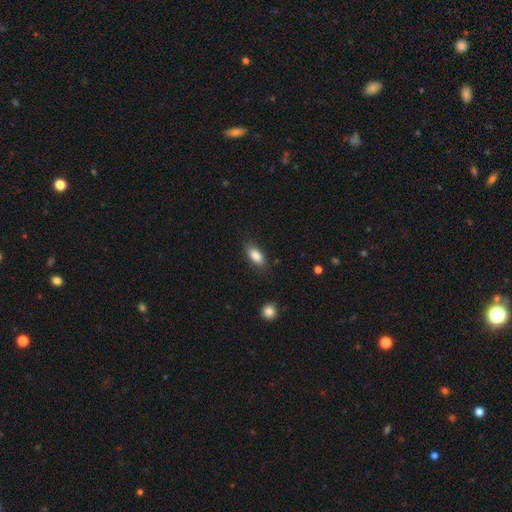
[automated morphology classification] smooth-or-featured: smooth: 85% | featured or disk: 8% | star or artifact: 7%
  how-rounded: in between: 84% | cigar-shaped: 13% | round: 3%
  merging: none: 81% | minor disturbance: 14% | major disturbance: 3% | merger: 1%